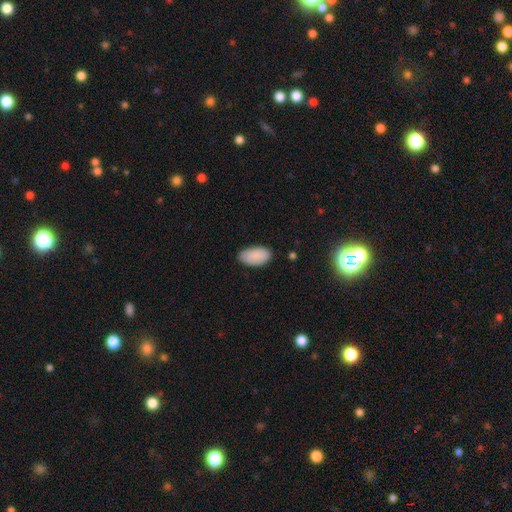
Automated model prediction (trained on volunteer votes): This appears to be a smooth galaxy with no disk features (89%) that is in between round and cigar-shaped (96%). Merging: none (79%).